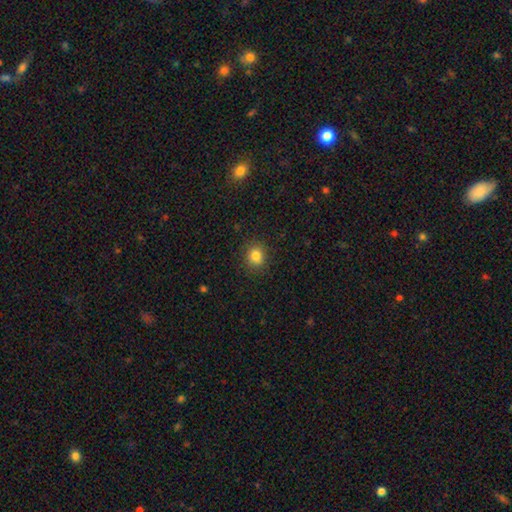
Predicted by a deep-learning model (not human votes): Overall: smooth (83%). How rounded: round (76%). Merging: none (88%).